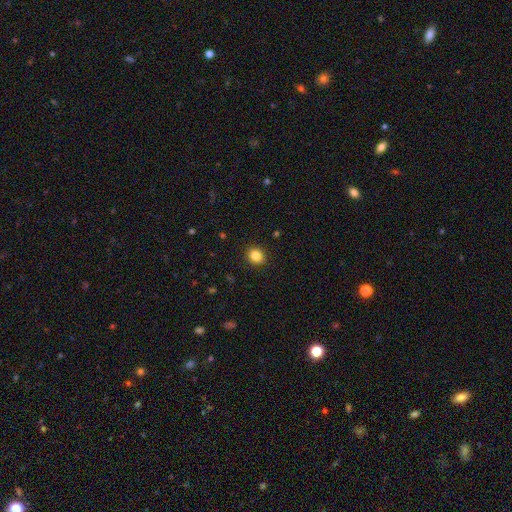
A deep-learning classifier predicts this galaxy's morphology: smooth-or-featured: smooth: 84% | star or artifact: 10% | featured or disk: 6%
  how-rounded: round: 74% | in between: 25% | cigar-shaped: 1%
  merging: none: 91% | minor disturbance: 6% | major disturbance: 2% | merger: 1%